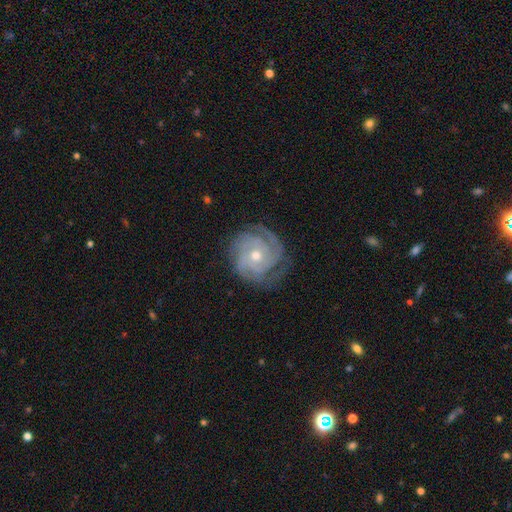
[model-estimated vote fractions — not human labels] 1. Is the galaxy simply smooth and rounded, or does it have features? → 89% featured or disk, 6% smooth, 5% star or artifact.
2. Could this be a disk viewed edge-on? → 98% no, 2% yes.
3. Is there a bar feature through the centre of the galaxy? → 77% no, 19% weak, 5% strong.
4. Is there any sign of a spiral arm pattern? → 98% yes, 2% no.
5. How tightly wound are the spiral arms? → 79% tight, 19% medium, 3% loose.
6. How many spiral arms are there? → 33% 3, 24% 4, 18% can't tell, 11% 2, 8% more than 4, 7% 1.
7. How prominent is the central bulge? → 57% moderate, 40% small, 1% large, 1% none, 1% dominant.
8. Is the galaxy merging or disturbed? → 81% none, 14% minor disturbance, 4% major disturbance, 1% merger.